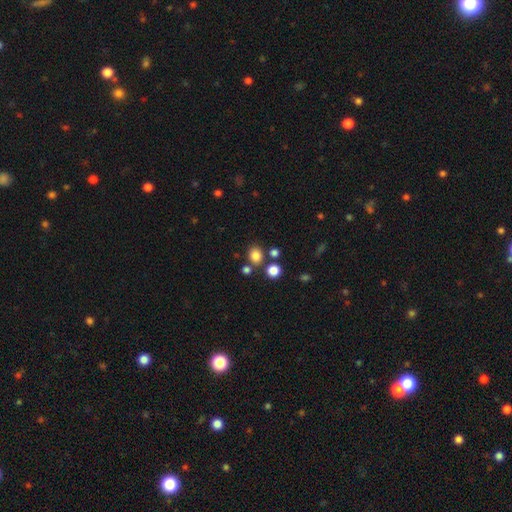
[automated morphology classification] Smooth or featured?
  - smooth: 81% *
  - star or artifact: 14%
  - featured or disk: 6%
How rounded?
  - round: 68% *
  - in between: 31%
  - cigar-shaped: 1%
Merging?
  - none: 72% *
  - merger: 15%
  - minor disturbance: 9%
  - major disturbance: 4%